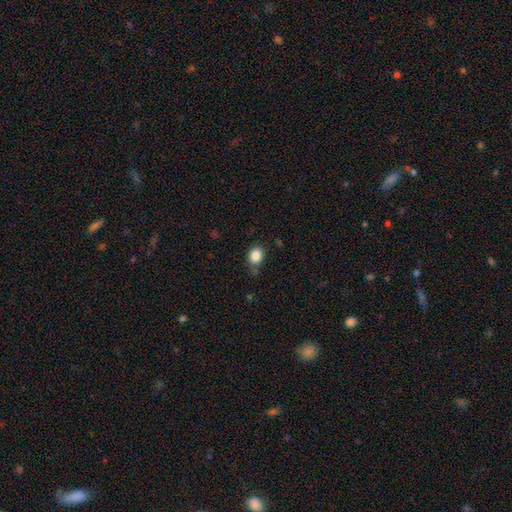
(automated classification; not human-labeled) Morphology: type=smooth (84%); roundness=round (55%); merging=none (71%).